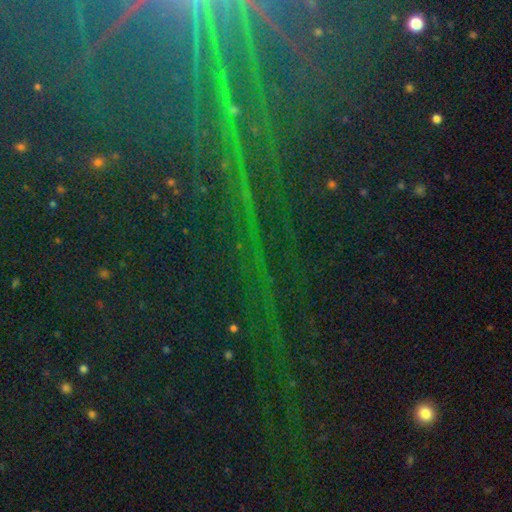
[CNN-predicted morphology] Smooth or featured? star or artifact (85%)